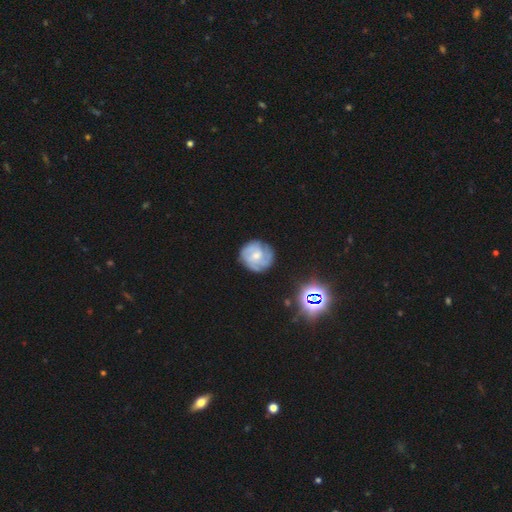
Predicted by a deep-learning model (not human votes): A featured or disk galaxy (62%) with no bar (61%), tight (53%) spiral arms (86%) and a moderate central bulge (48%).

Vote fractions:
- Smooth or featured? featured or disk: 62% / smooth: 30% / star or artifact: 8%
- Edge-on disk? no: 98% / yes: 2%
- Bar? no: 61% / weak: 34% / strong: 5%
- Spiral arms? yes: 86% / no: 14%
- Spiral winding? tight: 53% / medium: 35% / loose: 12%
- Spiral arm count? can't tell: 34% / 3: 31% / 2: 16% / 4: 10% / 1: 5% / more than 4: 4%
- Bulge size? moderate: 48% / small: 41% / none: 6% / large: 4% / dominant: 1%
- Merging? none: 75% / minor disturbance: 17% / major disturbance: 6% / merger: 2%